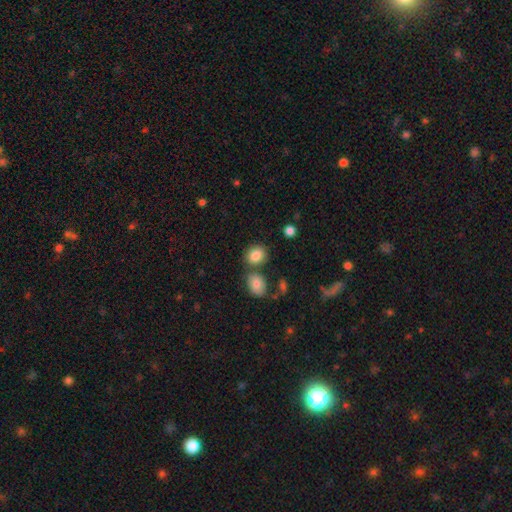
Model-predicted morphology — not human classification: smooth_or_featured: smooth (p=0.84) [alt: star or artifact p=0.09]
how_rounded: round (p=0.53) [alt: in between p=0.46]
merging: none (p=0.68) [alt: merger p=0.18]